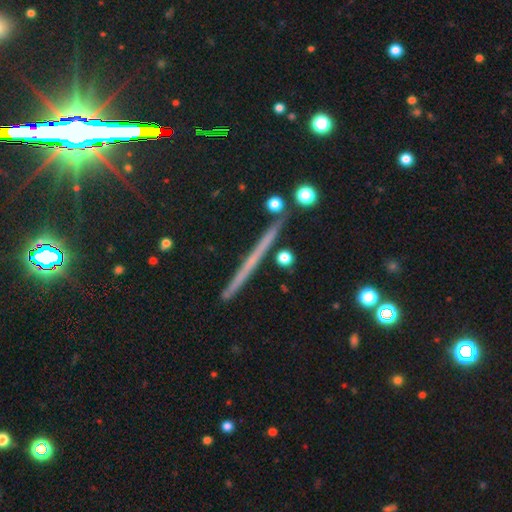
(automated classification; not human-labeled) This appears to be a featured or disk galaxy (46%). Merging: none (86%).